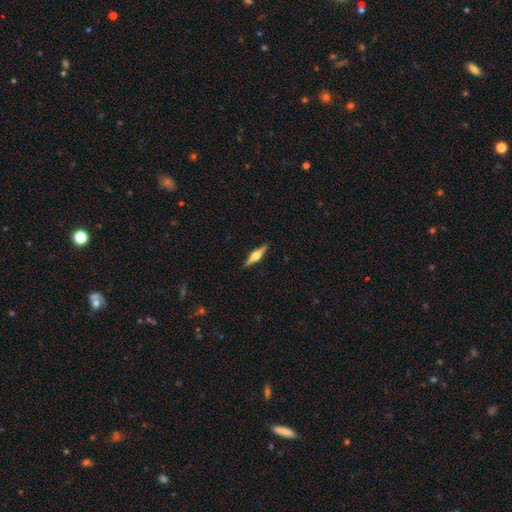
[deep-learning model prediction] A featured or disk galaxy (68%) viewed edge-on (97%) with a rounded central bulge (93%). Merging: none (91%).